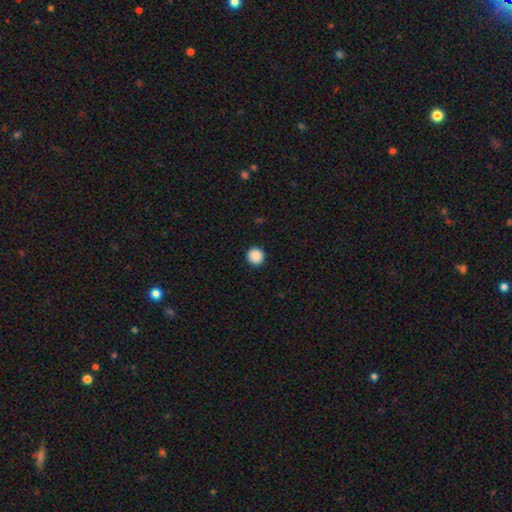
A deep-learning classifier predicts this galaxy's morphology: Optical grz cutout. It shows a smooth galaxy with no disk features (89%) that is round (95%). Merging: none (93%).